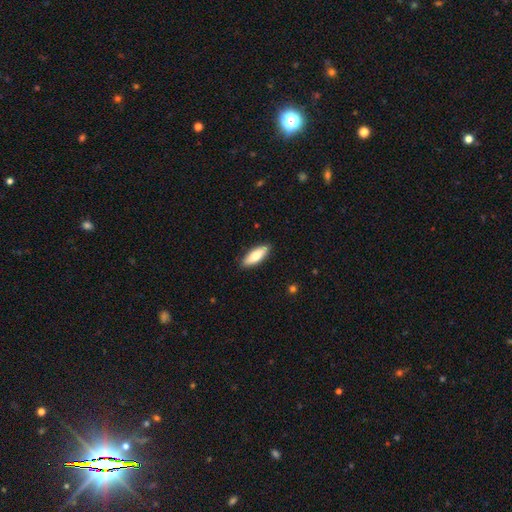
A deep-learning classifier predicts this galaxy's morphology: A smooth galaxy with no disk features (70%) that is in between round and cigar-shaped (57%). Merging: none (89%).